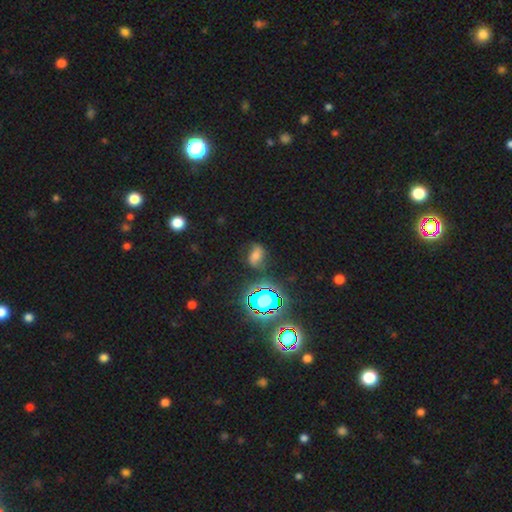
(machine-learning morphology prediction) A smooth galaxy with no disk features (41%).

Vote fractions:
- Smooth or featured? smooth: 41% / star or artifact: 32% / featured or disk: 27%
- Merging? none: 65% / minor disturbance: 21% / major disturbance: 10% / merger: 4%